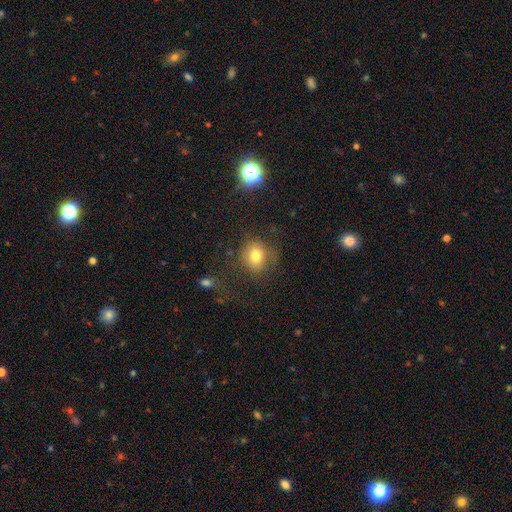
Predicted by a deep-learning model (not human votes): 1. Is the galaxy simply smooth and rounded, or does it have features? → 76% smooth, 13% star or artifact, 11% featured or disk.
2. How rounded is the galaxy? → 72% round, 27% in between, 1% cigar-shaped.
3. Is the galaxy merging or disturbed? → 67% none, 18% minor disturbance, 12% major disturbance, 3% merger.